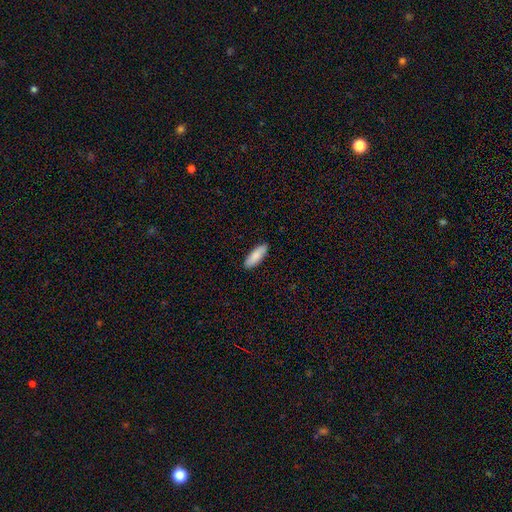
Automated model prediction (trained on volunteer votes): A smooth galaxy with no disk features (85%) that is in between round and cigar-shaped (62%). Merging: none (89%).